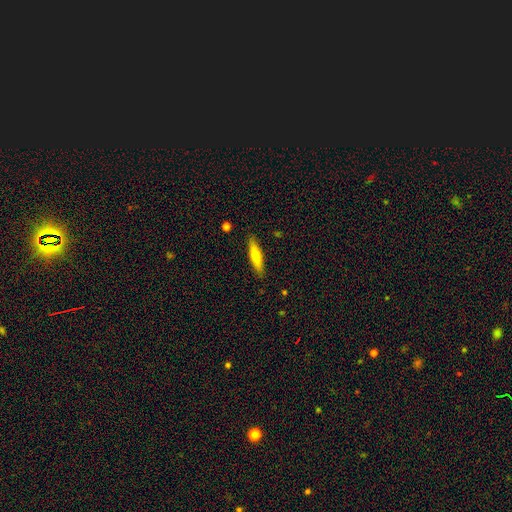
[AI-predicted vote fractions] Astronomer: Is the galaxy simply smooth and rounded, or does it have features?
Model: smooth — 63%.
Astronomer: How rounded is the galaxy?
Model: cigar-shaped — 83%.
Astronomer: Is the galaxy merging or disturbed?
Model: none — 89%.